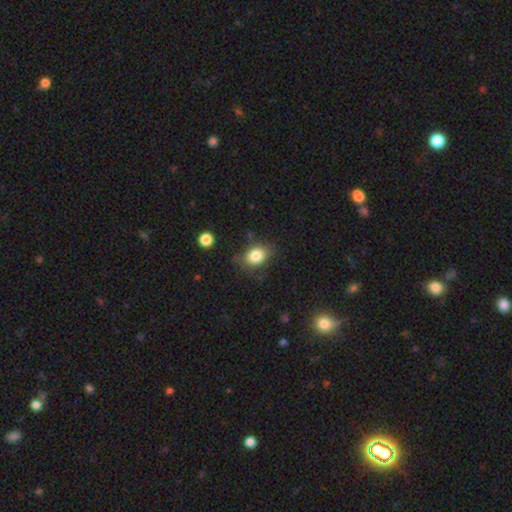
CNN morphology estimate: smooth-or-featured: smooth: 83% | star or artifact: 9% | featured or disk: 8%
  how-rounded: in between: 66% | round: 33% | cigar-shaped: 1%
  merging: none: 72% | minor disturbance: 19% | major disturbance: 6% | merger: 2%